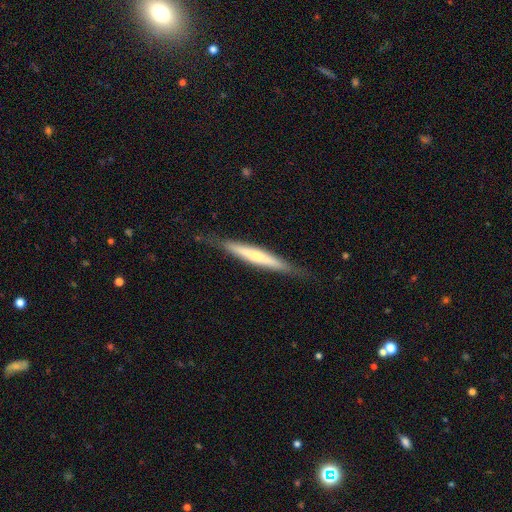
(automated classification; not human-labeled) A featured or disk galaxy (52%) viewed edge-on (95%).

Vote fractions:
- Smooth or featured? featured or disk: 52% / smooth: 42% / star or artifact: 6%
- Edge-on disk? yes: 95% / no: 5%
- Merging? none: 82% / minor disturbance: 14% / major disturbance: 3% / merger: 1%